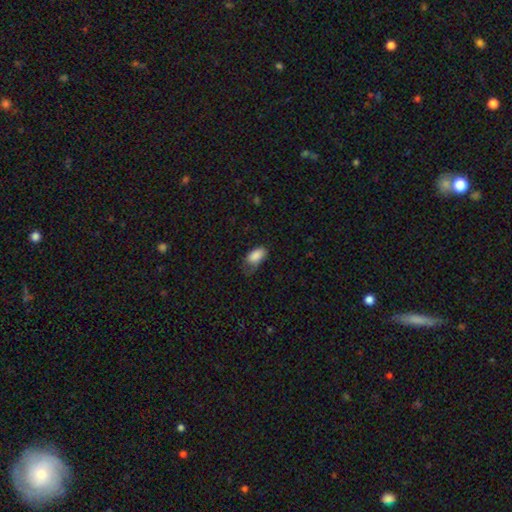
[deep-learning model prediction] Overall: smooth (85%). How rounded: in between (93%). Merging: none (39%; minor disturbance 37%).